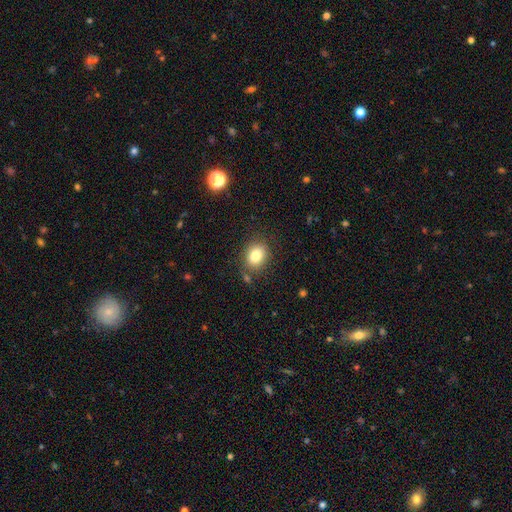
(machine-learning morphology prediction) smooth-or-featured: smooth: 82% | star or artifact: 10% | featured or disk: 8%
  how-rounded: in between: 53% | round: 46% | cigar-shaped: 1%
  merging: none: 80% | minor disturbance: 12% | major disturbance: 4% | merger: 4%